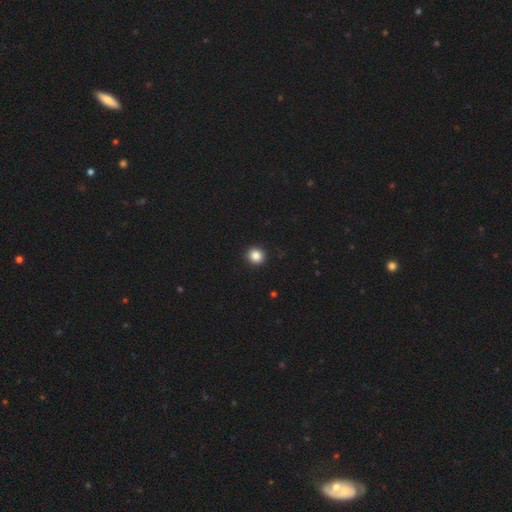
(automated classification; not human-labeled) smooth_or_featured: smooth (p=0.86) [alt: star or artifact p=0.10]
how_rounded: round (p=0.90) [alt: in between p=0.09]
merging: none (p=0.93) [alt: minor disturbance p=0.04]